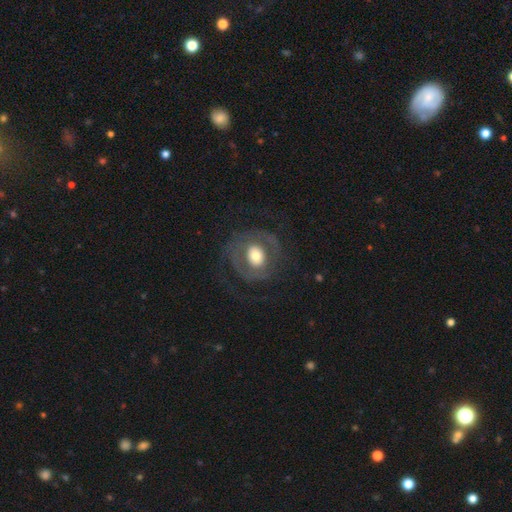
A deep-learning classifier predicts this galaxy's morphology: Q: Smooth or featured?
A: featured or disk (57%); runner-up: smooth (35%)
Q: Edge-on disk?
A: no (96%); runner-up: yes (4%)
Q: Bar?
A: no (77%); runner-up: weak (17%)
Q: Spiral arms?
A: no (52%); runner-up: yes (48%)
Q: Bulge size?
A: moderate (54%); runner-up: large (31%)
Q: Merging?
A: none (65%); runner-up: major disturbance (19%)